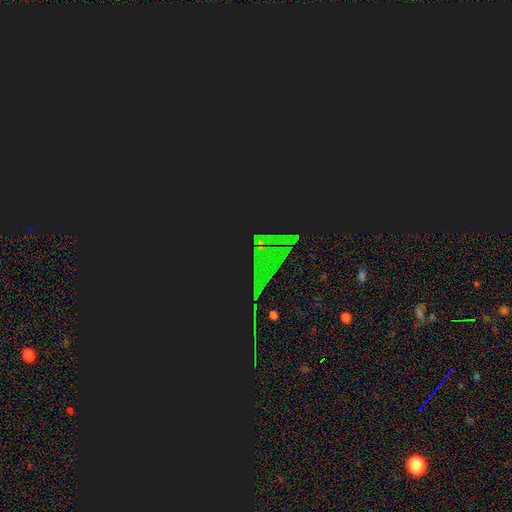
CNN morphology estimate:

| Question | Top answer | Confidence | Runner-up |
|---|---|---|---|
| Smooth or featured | star or artifact | 86% | smooth (8%) |